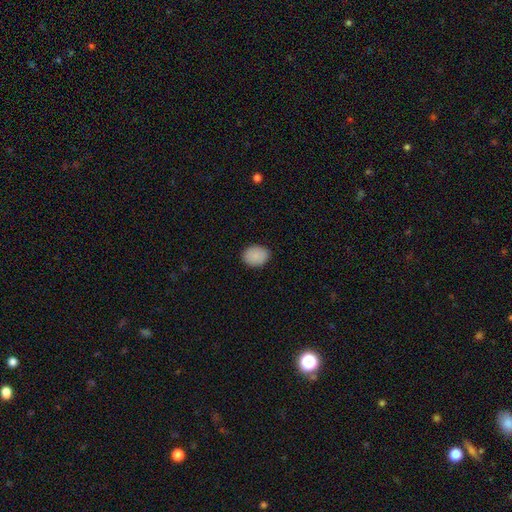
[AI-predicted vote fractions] smooth_or_featured: smooth (p=0.89) [alt: star or artifact p=0.07]
how_rounded: in between (p=0.53) [alt: round p=0.46]
merging: none (p=0.89) [alt: minor disturbance p=0.08]